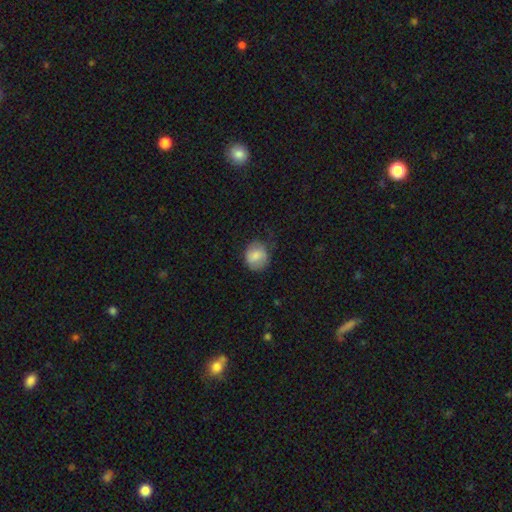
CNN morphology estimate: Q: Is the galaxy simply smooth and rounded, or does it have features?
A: smooth — 80%.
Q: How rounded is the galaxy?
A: round — 74%.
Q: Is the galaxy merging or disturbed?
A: none — 68%.